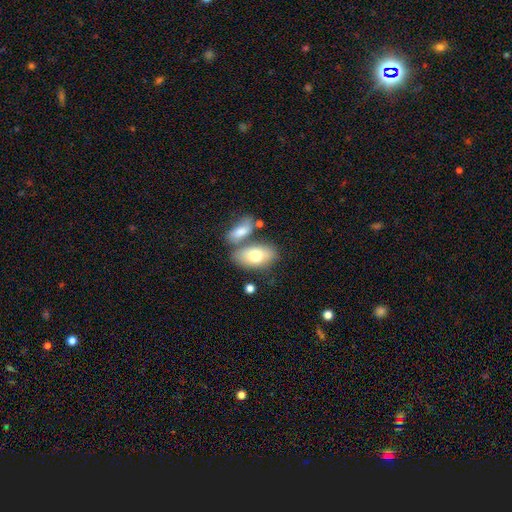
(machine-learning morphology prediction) type=smooth (72%); roundness=in between (91%); merging=none (53%).